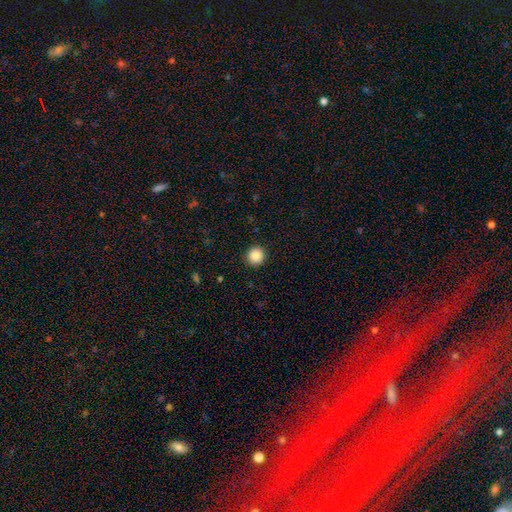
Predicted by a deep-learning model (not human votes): smooth 88%, star or artifact 9%, featured or disk 3%. Down the decision tree: how rounded — round (94%); merging — none (92%).